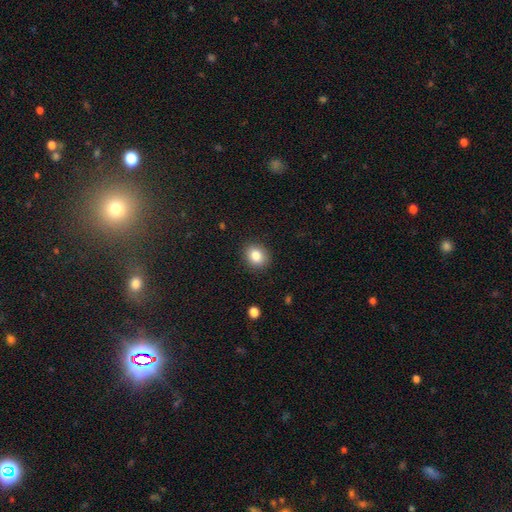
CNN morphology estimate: This is clearly a smooth galaxy (85%). How rounded: likely round (60%). Merging: clearly none (88%).